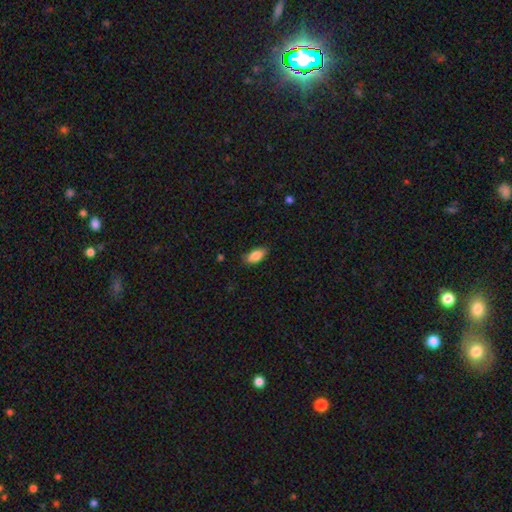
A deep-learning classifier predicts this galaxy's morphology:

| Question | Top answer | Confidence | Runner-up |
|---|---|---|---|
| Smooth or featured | smooth | 84% | featured or disk (9%) |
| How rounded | in between | 88% | cigar-shaped (9%) |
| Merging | none | 82% | minor disturbance (14%) |